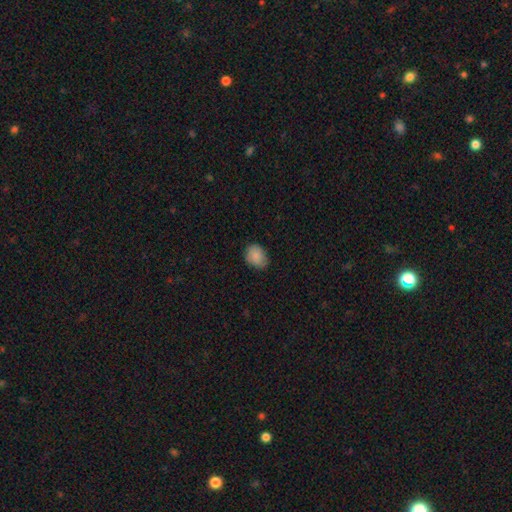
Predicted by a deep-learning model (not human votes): Smooth or featured?
  - smooth: 86% *
  - star or artifact: 8%
  - featured or disk: 6%
How rounded?
  - in between: 56% *
  - round: 43%
  - cigar-shaped: 1%
Merging?
  - none: 73% *
  - minor disturbance: 22%
  - major disturbance: 4%
  - merger: 1%